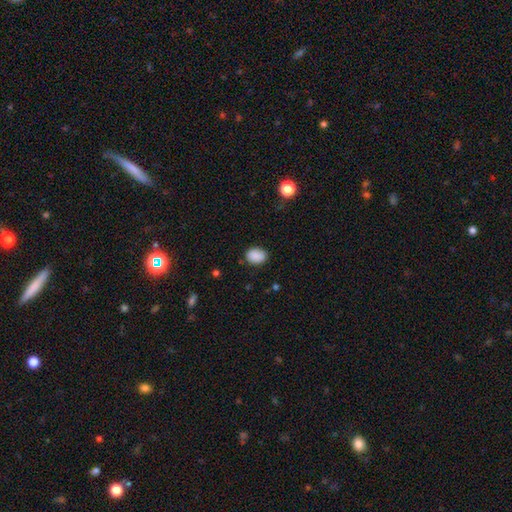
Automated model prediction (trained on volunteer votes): Q: Smooth or featured?
A: smooth (88%); runner-up: star or artifact (8%)
Q: How rounded?
A: in between (66%); runner-up: round (33%)
Q: Merging?
A: none (83%); runner-up: minor disturbance (13%)